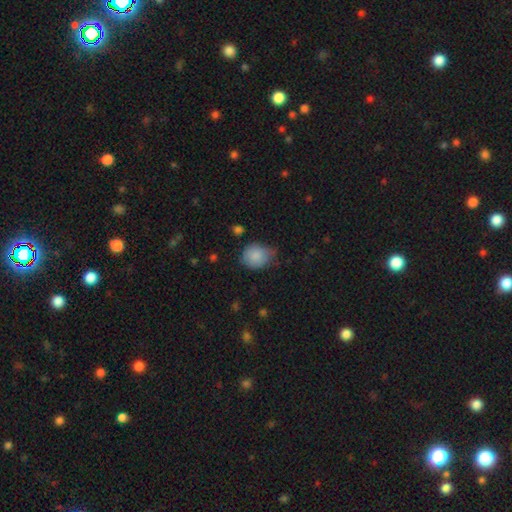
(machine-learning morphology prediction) This is clearly a smooth galaxy (85%). How rounded: possibly round (58%). Merging: possibly none (49%).